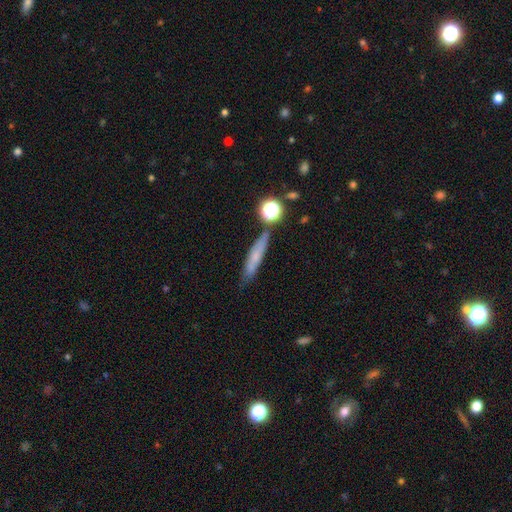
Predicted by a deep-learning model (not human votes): Q: Smooth or featured?
A: smooth (59%); runner-up: featured or disk (28%)
Q: How rounded?
A: cigar-shaped (81%); runner-up: in between (13%)
Q: Merging?
A: none (75%); runner-up: minor disturbance (15%)